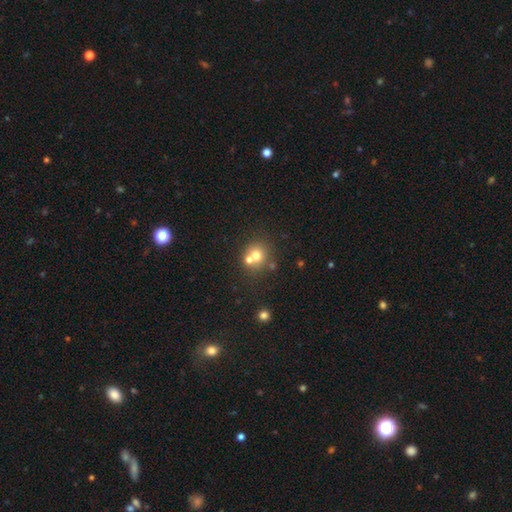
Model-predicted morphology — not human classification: smooth_or_featured: smooth (p=0.68) [alt: featured or disk p=0.17]
how_rounded: round (p=0.84) [alt: in between p=0.15]
merging: none (p=0.53) [alt: merger p=0.36]